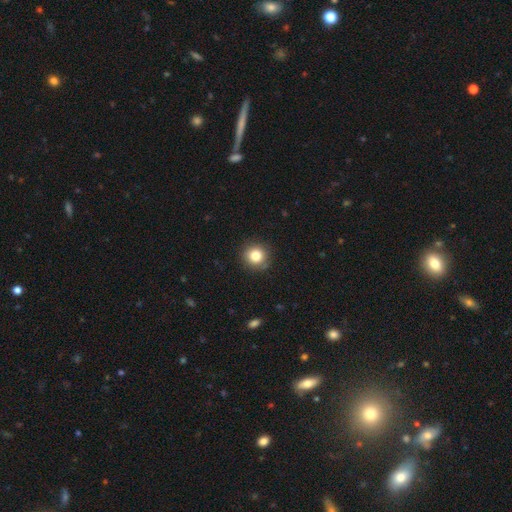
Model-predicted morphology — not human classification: Smooth or featured?
  - smooth: 83% *
  - star or artifact: 11%
  - featured or disk: 7%
How rounded?
  - round: 93% *
  - in between: 6%
  - cigar-shaped: 1%
Merging?
  - none: 87% *
  - minor disturbance: 9%
  - major disturbance: 2%
  - merger: 1%